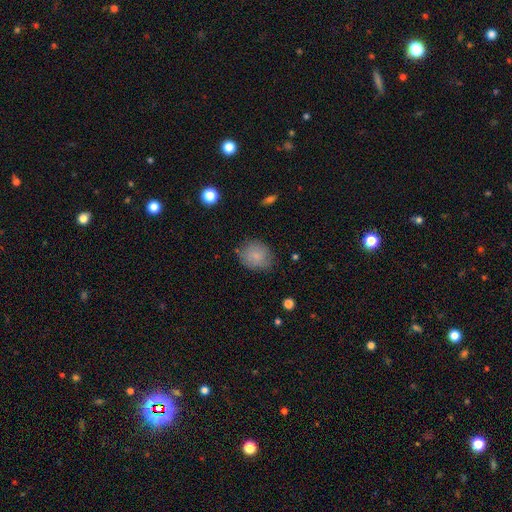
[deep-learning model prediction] Smooth or featured? smooth (82%)
How rounded? round (64%)
Merging? none (72%)